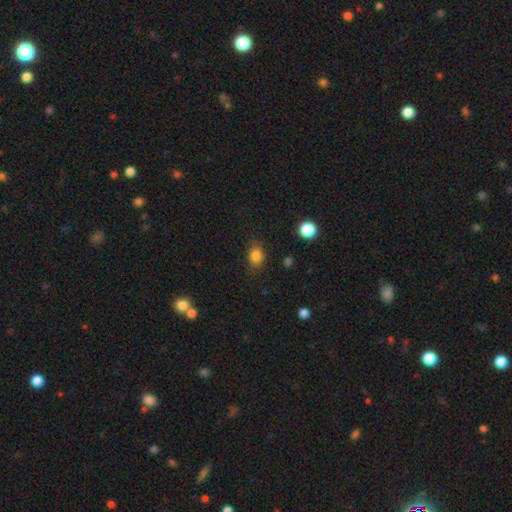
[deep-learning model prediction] A smooth galaxy with no disk features (83%) that is in between round and cigar-shaped (60%). Merging: none (78%).